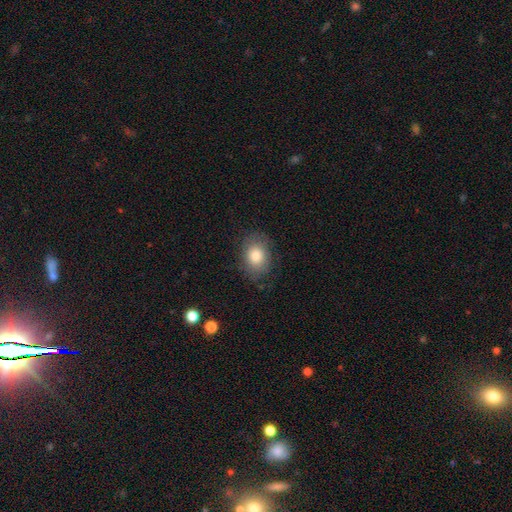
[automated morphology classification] A smooth galaxy with no disk features (81%) that is in between round and cigar-shaped (64%). Merging: none (79%).